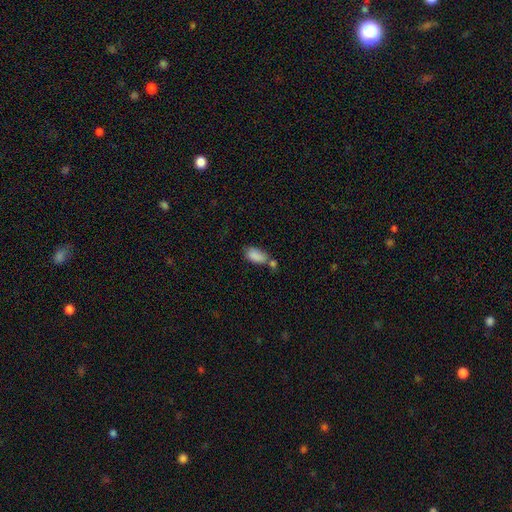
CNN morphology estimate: Q: Smooth or featured?
A: smooth (85%); runner-up: star or artifact (8%)
Q: How rounded?
A: in between (90%); runner-up: cigar-shaped (5%)
Q: Merging?
A: none (40%); runner-up: merger (35%)